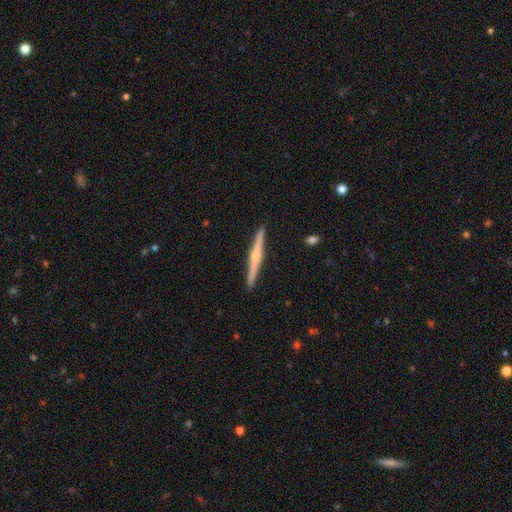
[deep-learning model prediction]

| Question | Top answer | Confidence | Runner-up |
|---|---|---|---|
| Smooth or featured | featured or disk | 71% | smooth (24%) |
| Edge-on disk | yes | 98% | no (2%) |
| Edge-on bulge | rounded | 77% | none (14%) |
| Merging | none | 92% | minor disturbance (5%) |